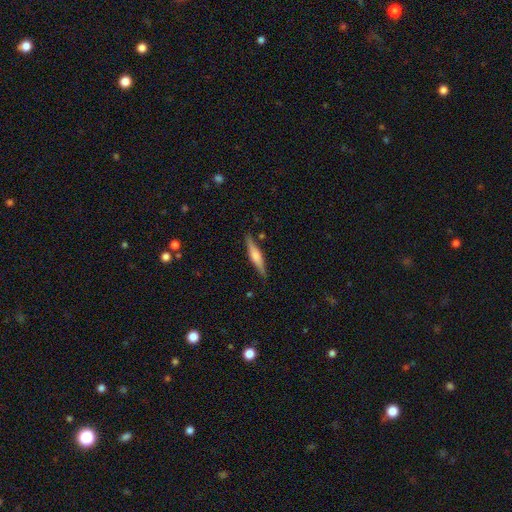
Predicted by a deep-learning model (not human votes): featured or disk 54%, smooth 40%, star or artifact 6%. Down the decision tree: edge-on disk — yes (97%); edge-on bulge — rounded (72%); merging — none (86%).